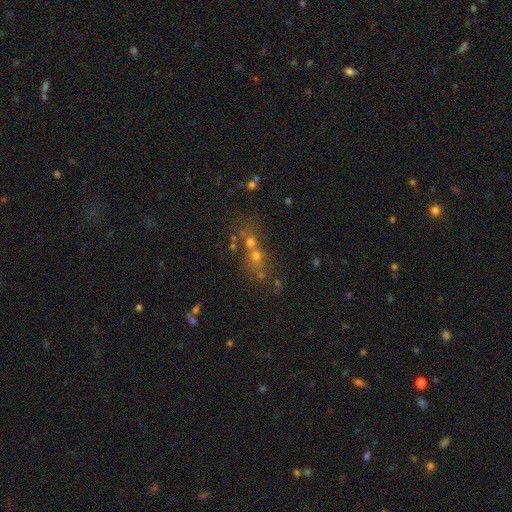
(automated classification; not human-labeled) Smooth or featured? Predicted: smooth (p=0.42). Merging? Predicted: merger (p=0.49).